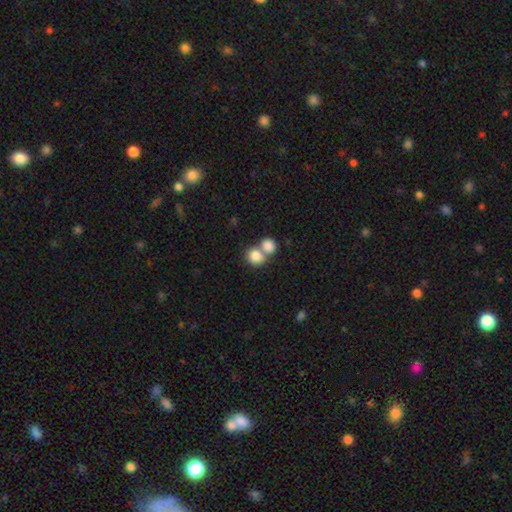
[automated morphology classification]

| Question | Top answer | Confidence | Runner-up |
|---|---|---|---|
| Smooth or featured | smooth | 83% | star or artifact (8%) |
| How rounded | round | 80% | in between (19%) |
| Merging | merger | 55% | none (37%) |